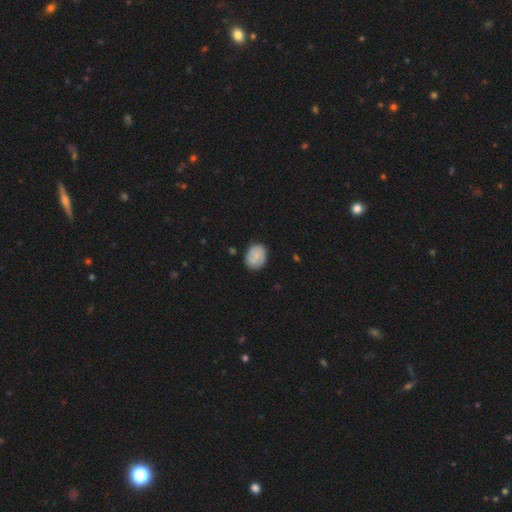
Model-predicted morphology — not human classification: A smooth galaxy with no disk features (71%) that is round (52%).

Vote fractions:
- Smooth or featured? smooth: 71% / featured or disk: 22% / star or artifact: 7%
- How rounded? round: 52% / in between: 47% / cigar-shaped: 1%
- Merging? none: 80% / minor disturbance: 15% / major disturbance: 3% / merger: 2%